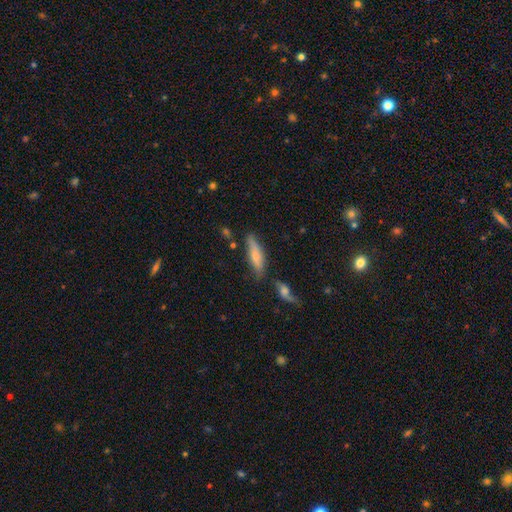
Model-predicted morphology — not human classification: A smooth galaxy with no disk features (65%) that is cigar-shaped (61%).

Vote fractions:
- Smooth or featured? smooth: 65% / featured or disk: 28% / star or artifact: 7%
- How rounded? cigar-shaped: 61% / in between: 37% / round: 2%
- Merging? none: 65% / minor disturbance: 20% / merger: 9% / major disturbance: 5%